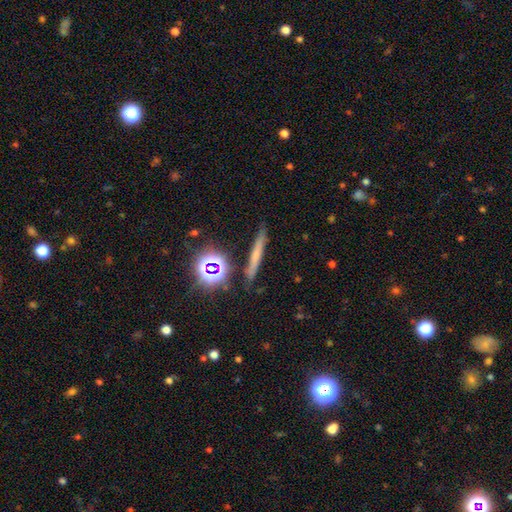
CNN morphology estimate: Smooth or featured? Predicted: smooth (p=0.53). How rounded? Predicted: cigar-shaped (p=0.86). Merging? Predicted: none (p=0.84).